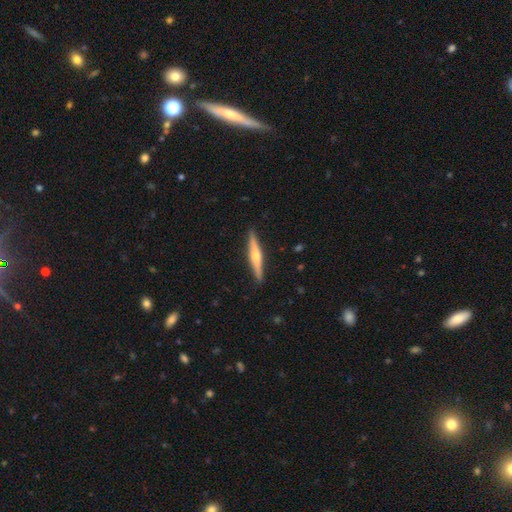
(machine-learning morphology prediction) A featured or disk galaxy (62%) viewed edge-on (97%) with a rounded central bulge (86%). Merging: none (91%).